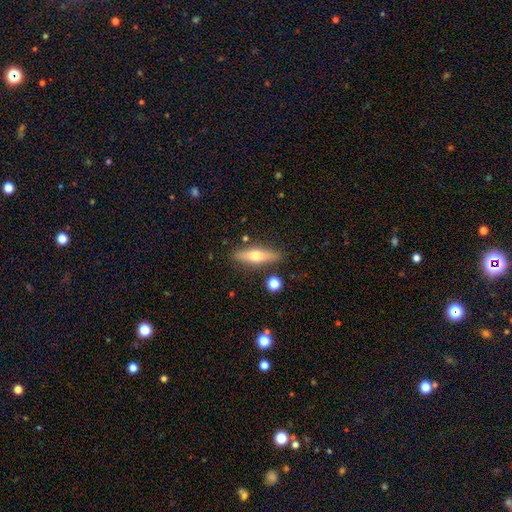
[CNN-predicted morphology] Smooth or featured? smooth (50%)
How rounded? cigar-shaped (62%)
Merging? none (83%)